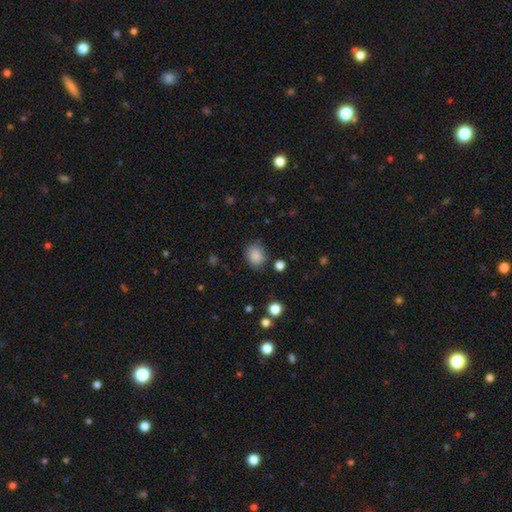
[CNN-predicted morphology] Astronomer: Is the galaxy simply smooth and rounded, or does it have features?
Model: smooth — 86%.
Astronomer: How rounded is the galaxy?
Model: round — 62% (runner-up: in between, 37%).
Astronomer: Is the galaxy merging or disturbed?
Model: none — 80%.